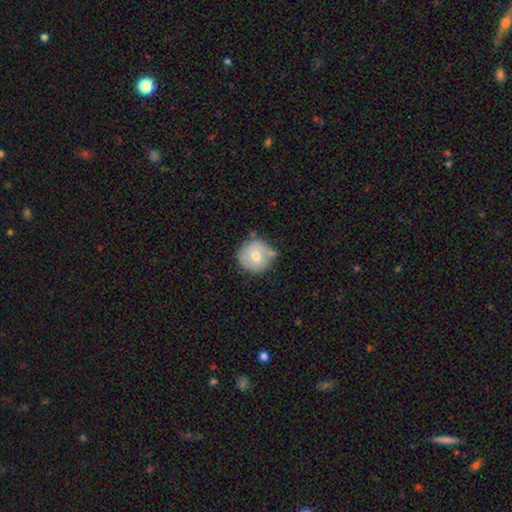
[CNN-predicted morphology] smooth 65%, featured or disk 27%, star or artifact 7%. Down the decision tree: how rounded — round (91%); merging — none (59%).